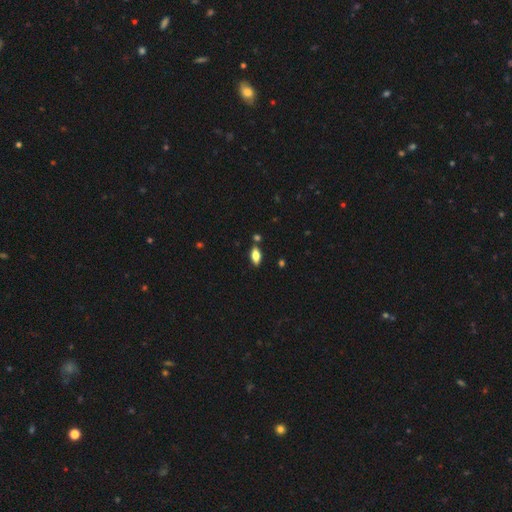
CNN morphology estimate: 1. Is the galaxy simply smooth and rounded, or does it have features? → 75% smooth, 17% featured or disk, 8% star or artifact.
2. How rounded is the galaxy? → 87% in between, 10% cigar-shaped, 3% round.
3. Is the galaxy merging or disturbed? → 81% none, 11% minor disturbance, 6% merger, 2% major disturbance.